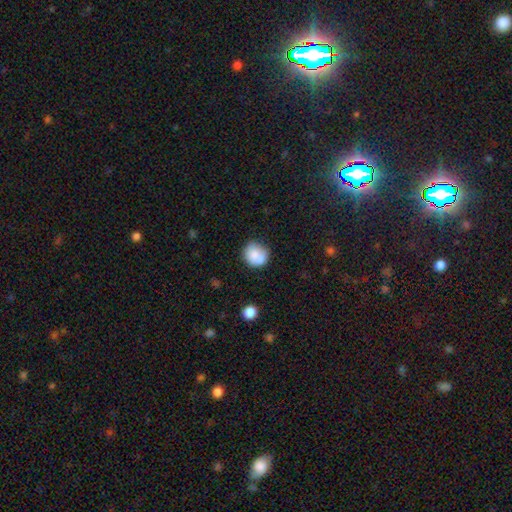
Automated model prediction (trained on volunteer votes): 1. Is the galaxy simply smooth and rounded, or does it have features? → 77% smooth, 15% featured or disk, 8% star or artifact.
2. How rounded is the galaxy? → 82% round, 17% in between, 1% cigar-shaped.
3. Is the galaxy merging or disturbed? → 53% none, 24% merger, 17% minor disturbance, 5% major disturbance.